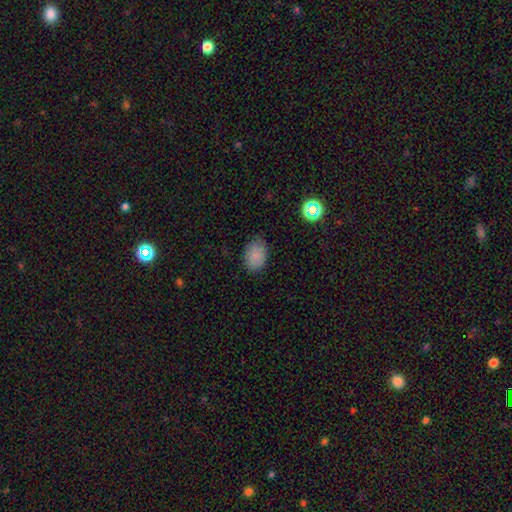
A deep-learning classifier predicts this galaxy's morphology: Smooth or featured? Predicted: smooth (p=0.85). How rounded? Predicted: in between (p=0.77). Merging? Predicted: none (p=0.78).